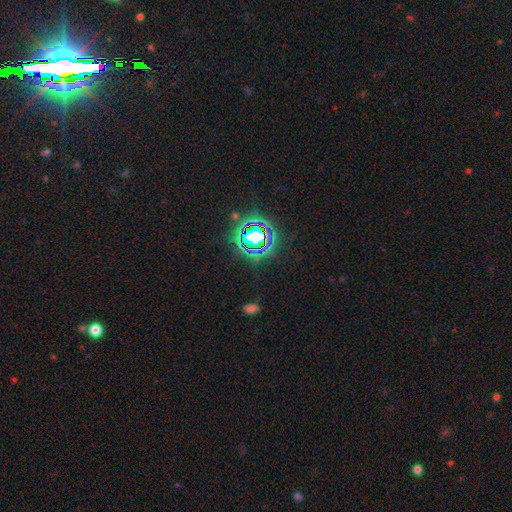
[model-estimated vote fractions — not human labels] smooth-or-featured: star or artifact: 80% | smooth: 13% | featured or disk: 8%